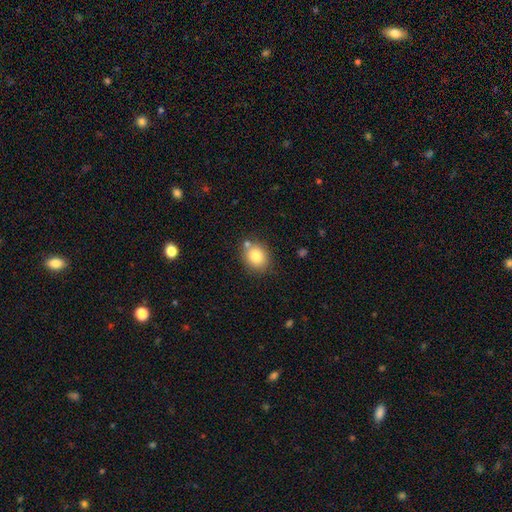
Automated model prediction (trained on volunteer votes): A smooth galaxy with no disk features (82%) that is round (61%).

Vote fractions:
- Smooth or featured? smooth: 82% / star or artifact: 10% / featured or disk: 9%
- How rounded? round: 61% / in between: 38% / cigar-shaped: 1%
- Merging? none: 76% / minor disturbance: 12% / merger: 9% / major disturbance: 3%